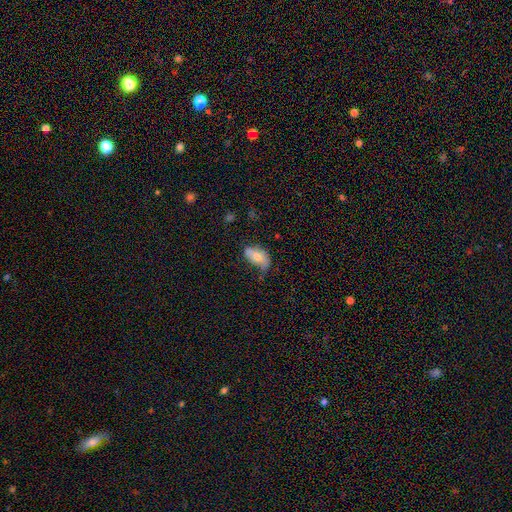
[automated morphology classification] This is possibly a smooth galaxy (56%). How rounded: clearly in between (88%). Merging: marginally none (42%).